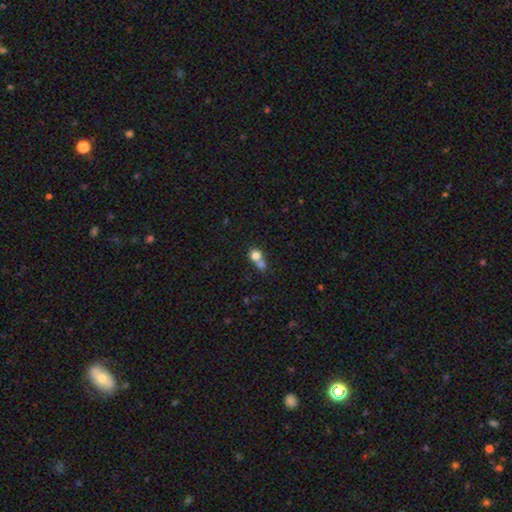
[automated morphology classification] Smooth or featured: smooth — 77% (featured or disk — 12%)
How rounded: round — 82% (in between — 17%)
Merging: merger — 61% (none — 31%)